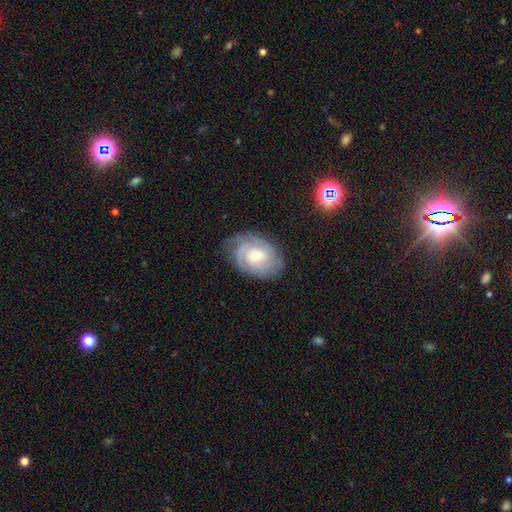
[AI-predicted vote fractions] A featured or disk galaxy (83%) with no bar (59%), tight (72%) spiral arms (95%) and a moderate central bulge (61%). Merging: none (74%).